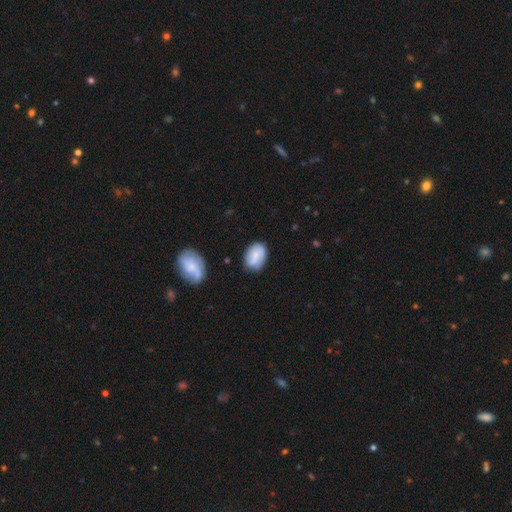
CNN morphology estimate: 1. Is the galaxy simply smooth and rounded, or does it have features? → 68% smooth, 25% featured or disk, 8% star or artifact.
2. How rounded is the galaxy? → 78% in between, 21% round, 1% cigar-shaped.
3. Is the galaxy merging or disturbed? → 69% none, 23% minor disturbance, 5% major disturbance, 3% merger.